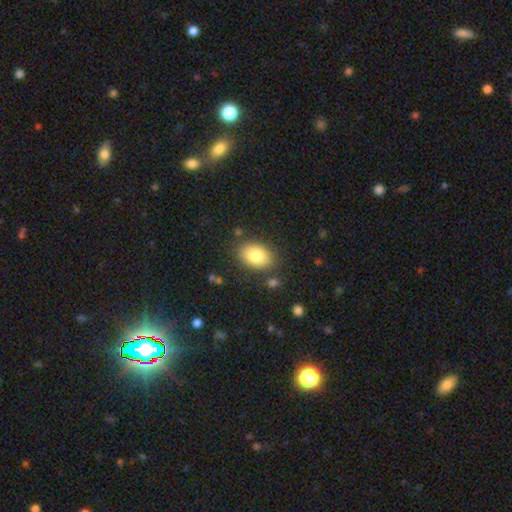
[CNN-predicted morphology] type=smooth (82%); roundness=in between (83%); merging=none (82%).